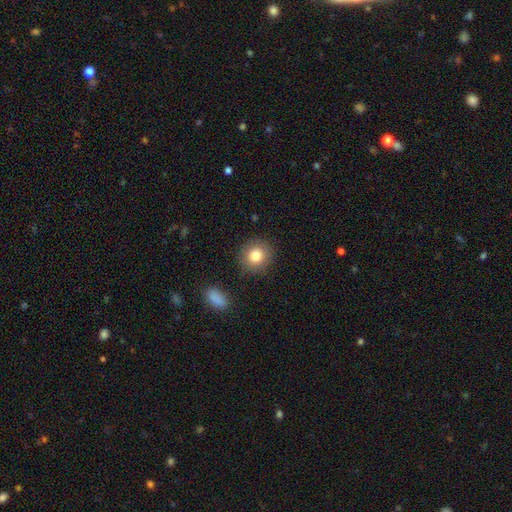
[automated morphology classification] The model was most divided on "smooth or featured": smooth: 82%, star or artifact: 10%, featured or disk: 9%. More confident: how rounded — round (88%); merging — none (87%).